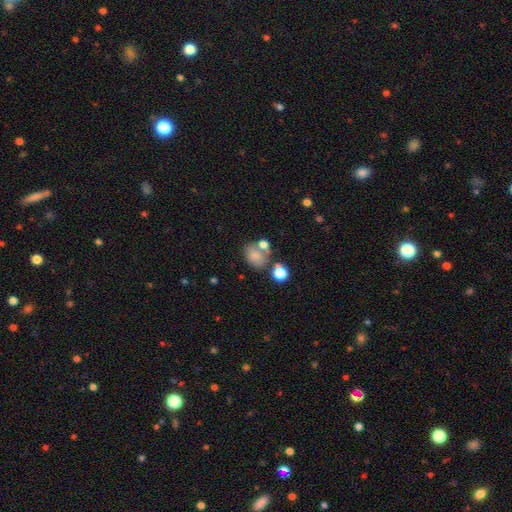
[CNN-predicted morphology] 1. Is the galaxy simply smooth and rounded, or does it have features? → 74% smooth, 14% featured or disk, 12% star or artifact.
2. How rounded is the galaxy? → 54% in between, 45% round, 1% cigar-shaped.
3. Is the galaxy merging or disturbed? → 47% none, 27% merger, 17% minor disturbance, 9% major disturbance.